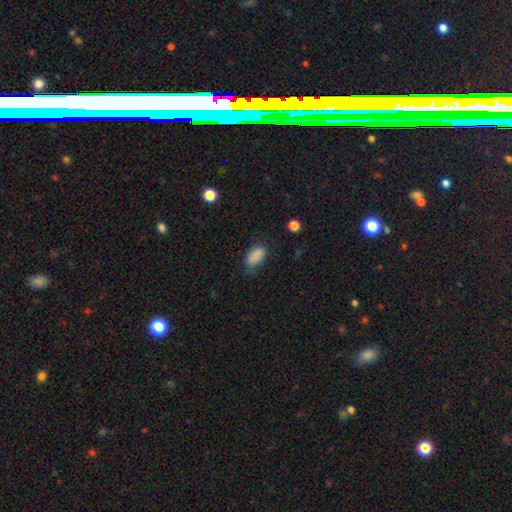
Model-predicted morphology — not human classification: smooth-or-featured: smooth: 85% | star or artifact: 10% | featured or disk: 6%
  how-rounded: in between: 91% | round: 5% | cigar-shaped: 4%
  merging: none: 70% | minor disturbance: 22% | major disturbance: 6% | merger: 2%